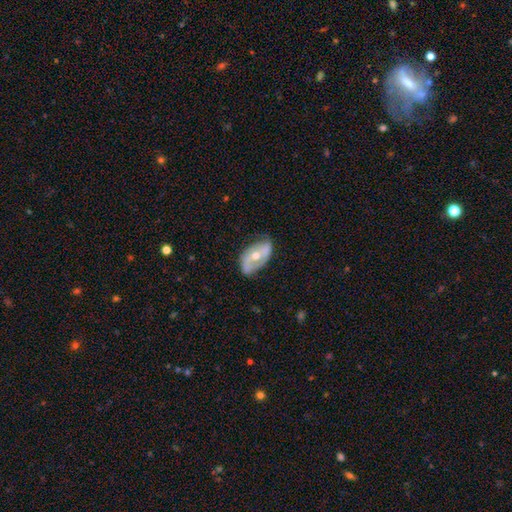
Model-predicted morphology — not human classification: Smooth or featured? Predicted: featured or disk (p=0.65). Edge-on disk? Predicted: no (p=0.92). Bar? Predicted: no (p=0.44). Spiral arms? Predicted: yes (p=0.65). Bulge size? Predicted: moderate (p=0.70). Merging? Predicted: none (p=0.60).